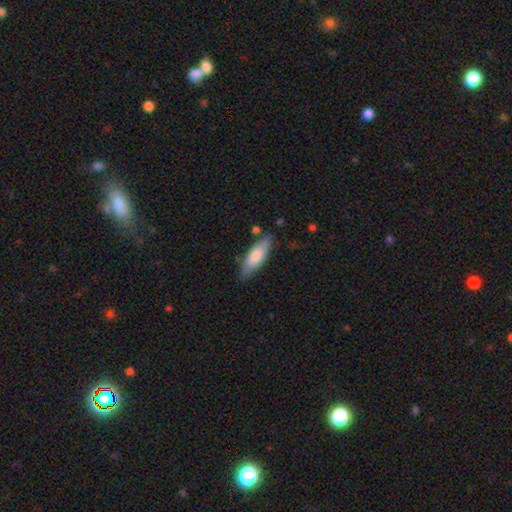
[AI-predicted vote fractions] Q: Smooth or featured?
A: smooth (76%); runner-up: featured or disk (19%)
Q: How rounded?
A: in between (56%); runner-up: cigar-shaped (42%)
Q: Merging?
A: none (77%); runner-up: minor disturbance (16%)